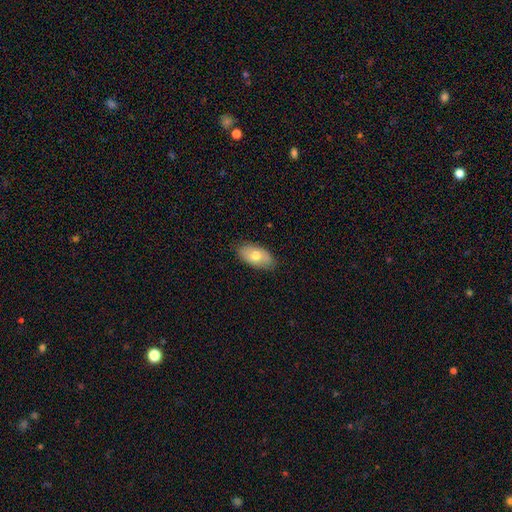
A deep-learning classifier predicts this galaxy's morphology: Overall: smooth (70%). How rounded: in between (93%). Merging: none (85%).